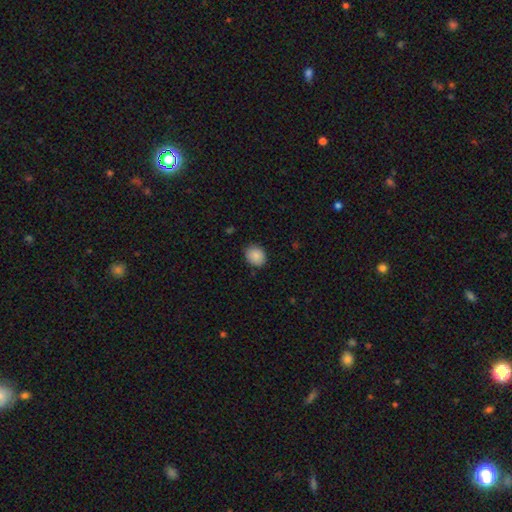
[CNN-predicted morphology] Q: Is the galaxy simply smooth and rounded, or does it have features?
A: smooth — 88%.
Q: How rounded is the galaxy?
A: round — 62%.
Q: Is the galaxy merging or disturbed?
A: none — 85%.